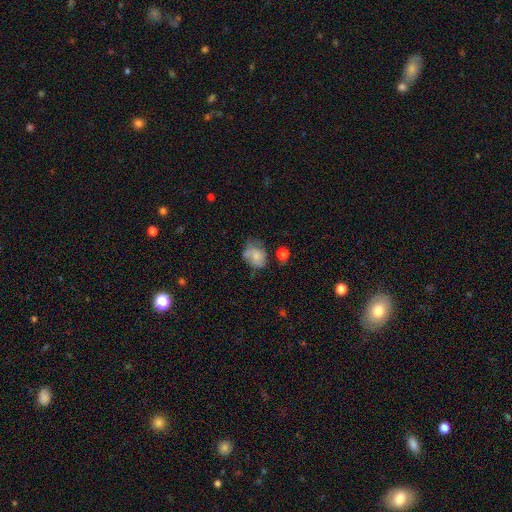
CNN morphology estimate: Smooth or featured? smooth (61%)
How rounded? in between (55%)
Merging? none (38%)